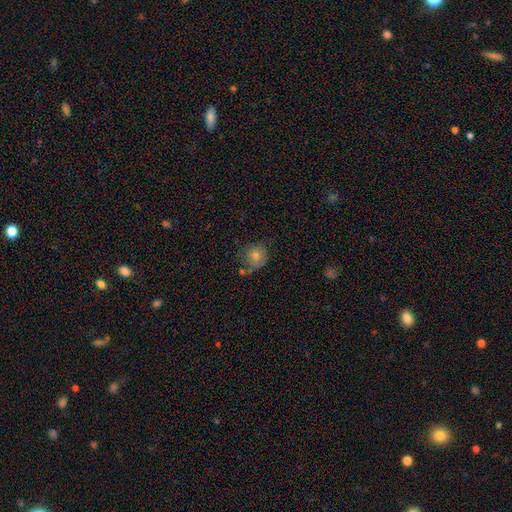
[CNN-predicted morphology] This appears to be a smooth galaxy with no disk features (67%) that is round (86%). Merging: none (70%).